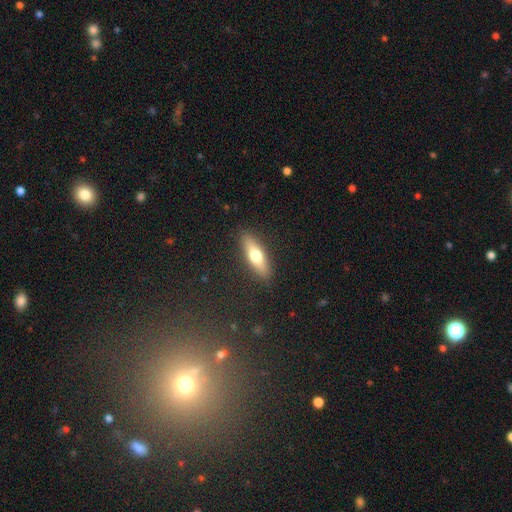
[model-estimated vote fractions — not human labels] smooth-or-featured: smooth: 62% | featured or disk: 32% | star or artifact: 6%
  how-rounded: cigar-shaped: 55% | in between: 42% | round: 2%
  merging: none: 89% | minor disturbance: 8% | major disturbance: 2% | merger: 1%